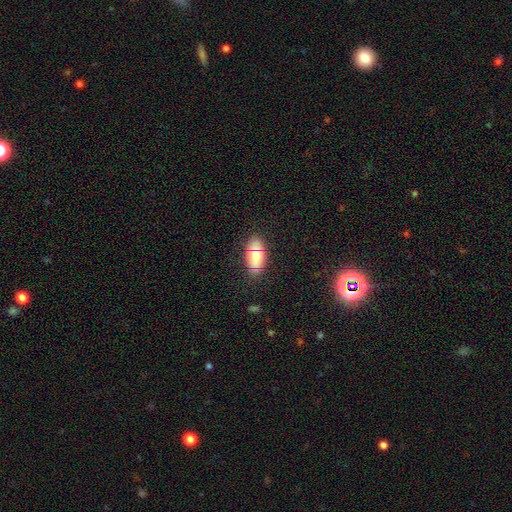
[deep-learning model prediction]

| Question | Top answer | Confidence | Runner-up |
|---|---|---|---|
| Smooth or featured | smooth | 73% | featured or disk (15%) |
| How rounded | in between | 90% | cigar-shaped (5%) |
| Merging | none | 78% | minor disturbance (16%) |